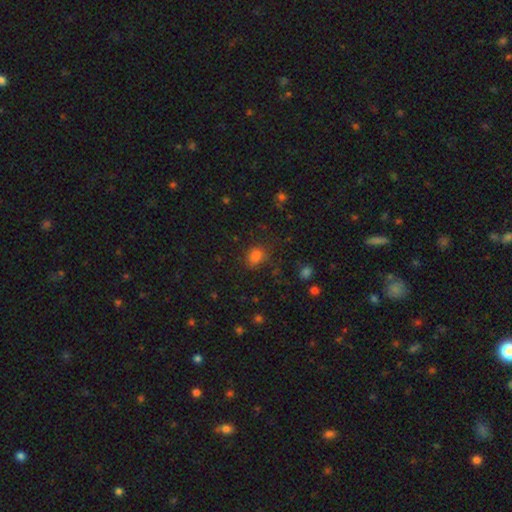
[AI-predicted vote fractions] Smooth or featured? smooth (76%)
How rounded? in between (52%)
Merging? none (66%)